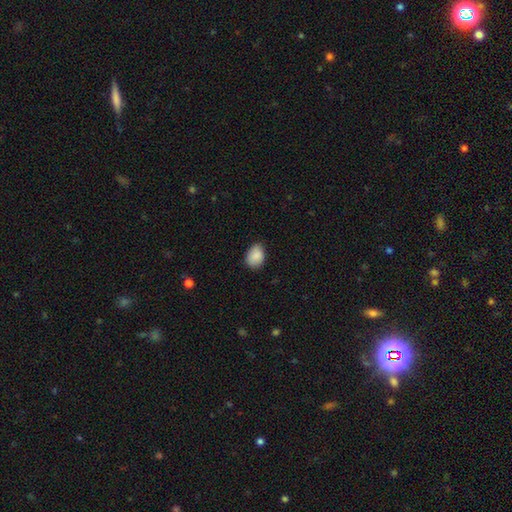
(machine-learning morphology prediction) This appears to be a smooth galaxy with no disk features (88%) that is in between round and cigar-shaped (71%). Merging: none (74%).